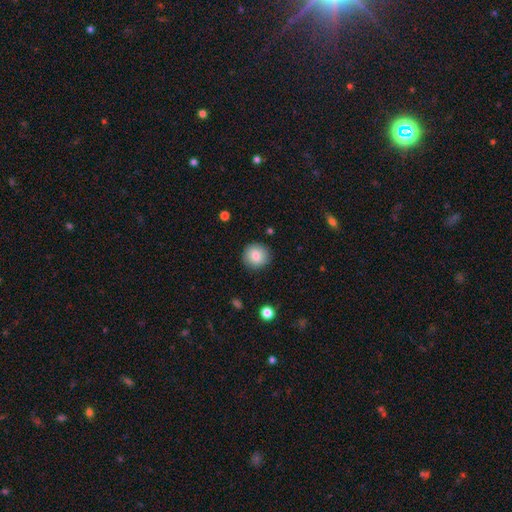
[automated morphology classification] smooth-or-featured: smooth: 83% | featured or disk: 9% | star or artifact: 8%
  how-rounded: round: 93% | in between: 6% | cigar-shaped: 1%
  merging: none: 88% | minor disturbance: 8% | major disturbance: 2% | merger: 1%